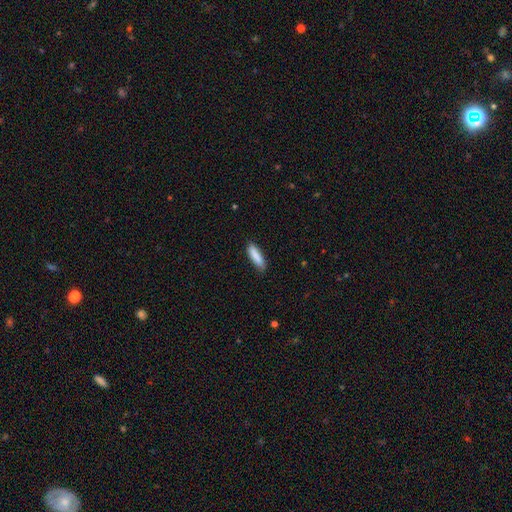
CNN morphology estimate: This appears to be a smooth galaxy with no disk features (87%) that is cigar-shaped (68%). Merging: none (85%).